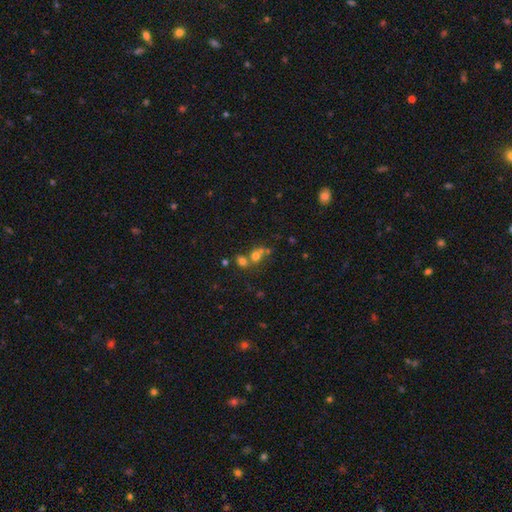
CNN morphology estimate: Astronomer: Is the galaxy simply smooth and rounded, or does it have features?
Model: smooth — 59%.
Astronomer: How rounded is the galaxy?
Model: round — 69%.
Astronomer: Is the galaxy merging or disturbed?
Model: merger — 56% (runner-up: none, 32%).